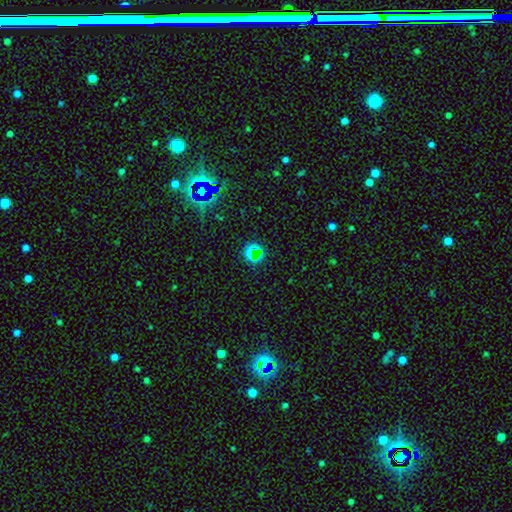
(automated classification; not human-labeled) Morphology: type=star or artifact (65%).